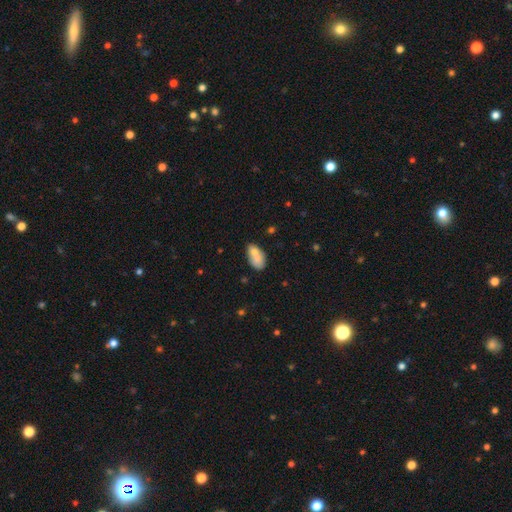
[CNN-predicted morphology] smooth-or-featured: smooth: 72% | featured or disk: 20% | star or artifact: 8%
  how-rounded: in between: 89% | round: 9% | cigar-shaped: 3%
  merging: merger: 40% | none: 38% | minor disturbance: 16% | major disturbance: 6%